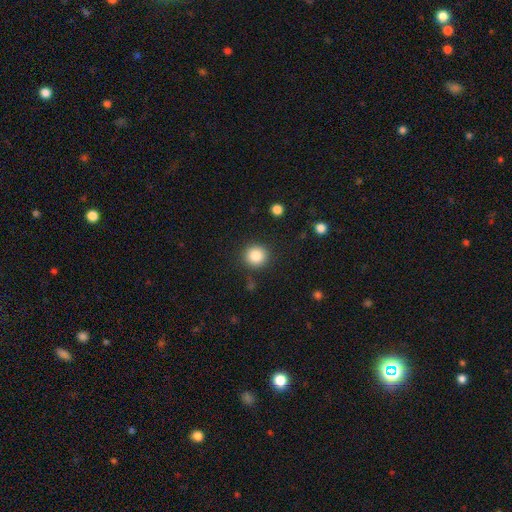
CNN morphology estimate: smooth_or_featured: smooth (p=0.85) [alt: star or artifact p=0.10]
how_rounded: round (p=0.93) [alt: in between p=0.07]
merging: none (p=0.88) [alt: minor disturbance p=0.07]